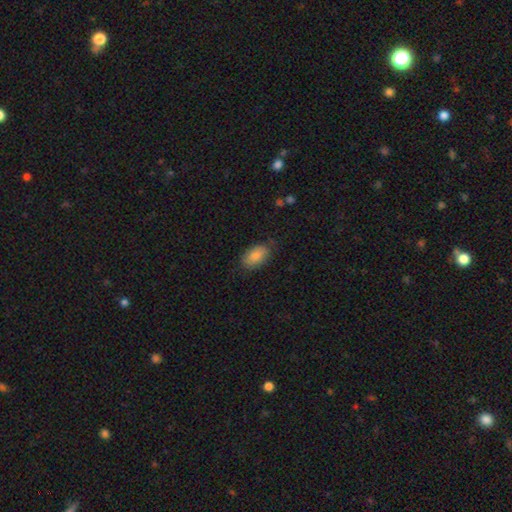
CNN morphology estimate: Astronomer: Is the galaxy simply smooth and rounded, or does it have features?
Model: smooth — 85%.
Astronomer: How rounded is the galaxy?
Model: in between — 93%.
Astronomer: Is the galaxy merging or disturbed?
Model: none — 78%.